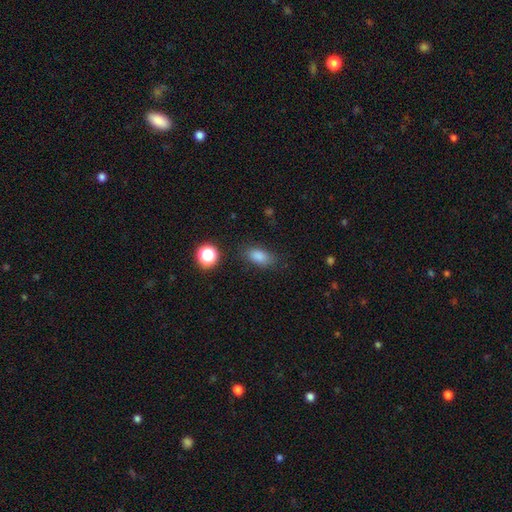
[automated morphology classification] Q: Smooth or featured?
A: smooth (81%); runner-up: star or artifact (13%)
Q: How rounded?
A: in between (84%); runner-up: round (10%)
Q: Merging?
A: none (82%); runner-up: minor disturbance (12%)